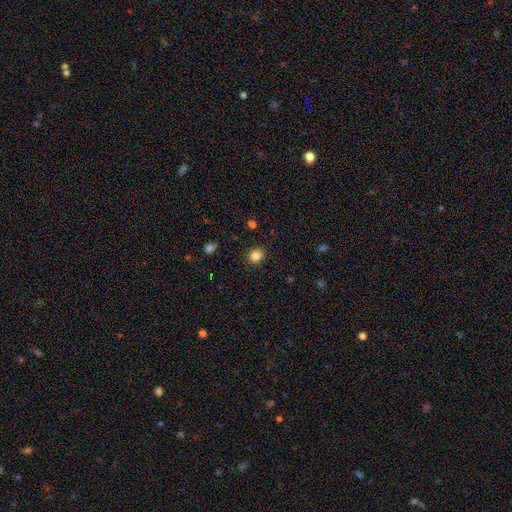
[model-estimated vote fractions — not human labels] Morphology: type=smooth (84%); roundness=round (83%); merging=none (91%).